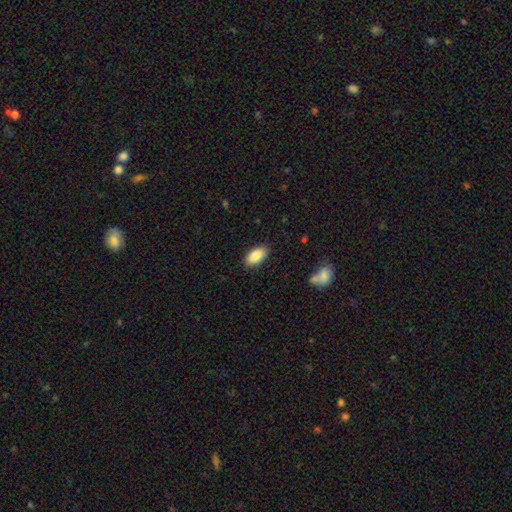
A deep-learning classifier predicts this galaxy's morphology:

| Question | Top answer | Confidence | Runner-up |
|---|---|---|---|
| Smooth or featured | smooth | 88% | star or artifact (6%) |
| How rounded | in between | 93% | cigar-shaped (5%) |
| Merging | none | 86% | minor disturbance (10%) |